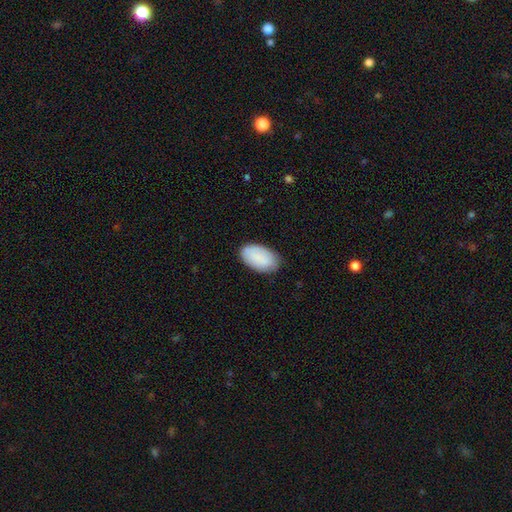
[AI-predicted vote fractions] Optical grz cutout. It shows a smooth galaxy with no disk features (84%) that is in between round and cigar-shaped (95%). Merging: none (81%).